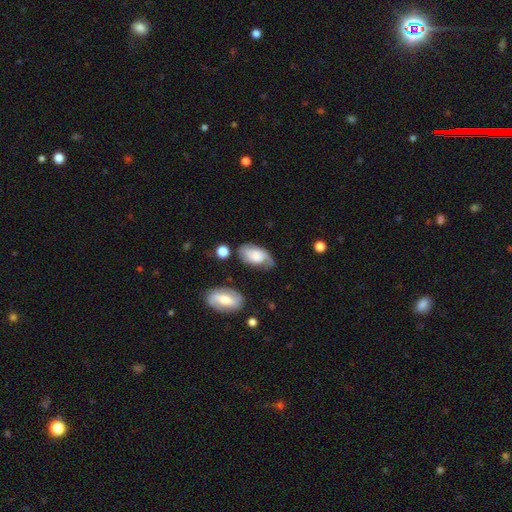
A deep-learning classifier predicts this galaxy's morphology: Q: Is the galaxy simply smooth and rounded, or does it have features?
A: featured or disk — 47%.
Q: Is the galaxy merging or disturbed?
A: none — 52%.